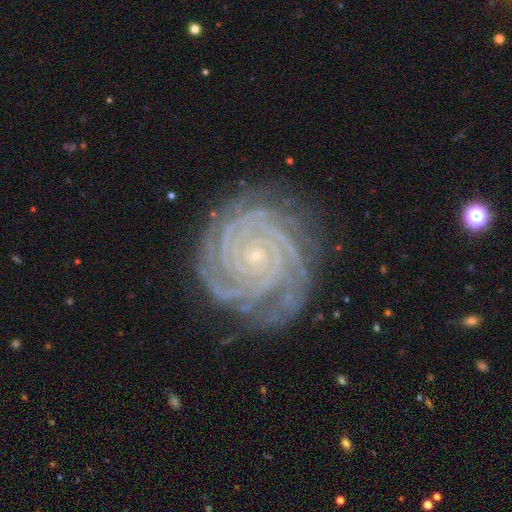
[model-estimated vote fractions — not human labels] Smooth or featured? Predicted: featured or disk (p=0.91). Edge-on disk? Predicted: no (p=0.98). Bar? Predicted: no (p=0.77). Spiral arms? Predicted: yes (p=0.99). Spiral winding? Predicted: tight (p=0.89). Spiral arm count? Predicted: 4 (p=0.27). Bulge size? Predicted: small (p=0.89). Merging? Predicted: none (p=0.81).